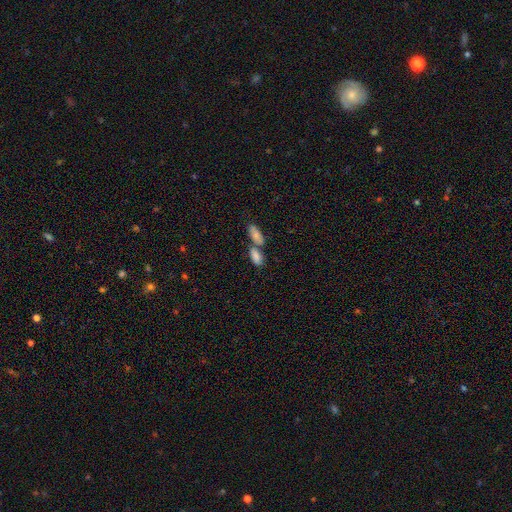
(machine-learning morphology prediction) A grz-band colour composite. It shows a smooth galaxy with no disk features (80%) that is in between round and cigar-shaped (83%). Merging: merger (53%).